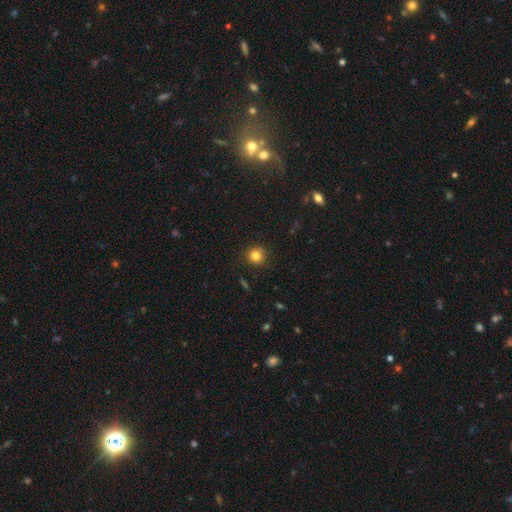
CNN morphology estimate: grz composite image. It shows a smooth galaxy with no disk features (82%) that is round (91%). Merging: none (87%).